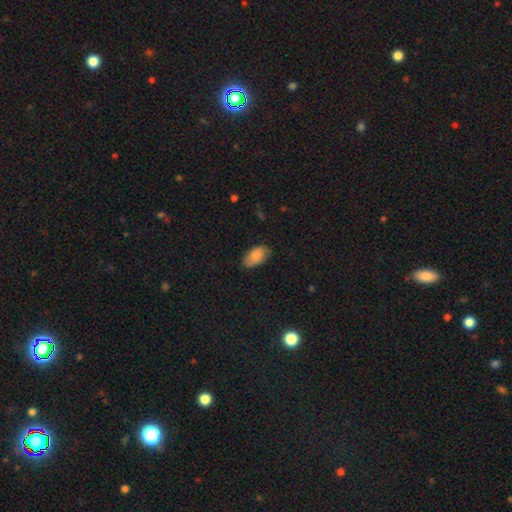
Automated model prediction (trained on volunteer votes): This appears to be a smooth galaxy with no disk features (87%) that is in between round and cigar-shaped (94%). Merging: none (76%).